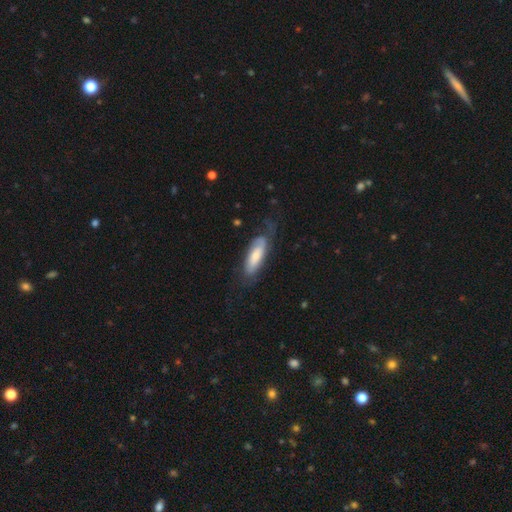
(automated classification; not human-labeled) A smooth galaxy with no disk features (56%) that is in between round and cigar-shaped (59%). Merging: none (56%).